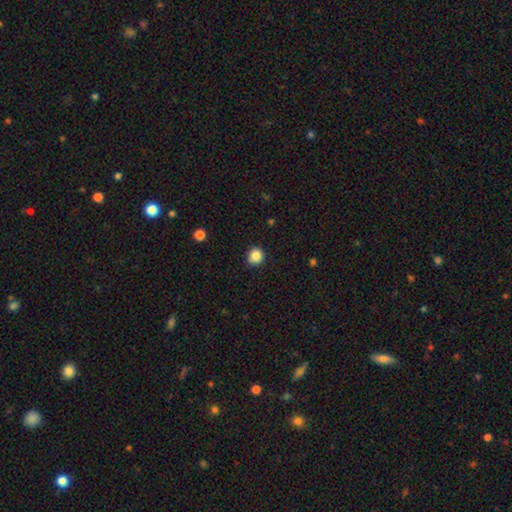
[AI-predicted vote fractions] smooth-or-featured: smooth: 85% | star or artifact: 11% | featured or disk: 4%
  how-rounded: round: 89% | in between: 10% | cigar-shaped: 1%
  merging: none: 86% | minor disturbance: 11% | major disturbance: 2% | merger: 1%